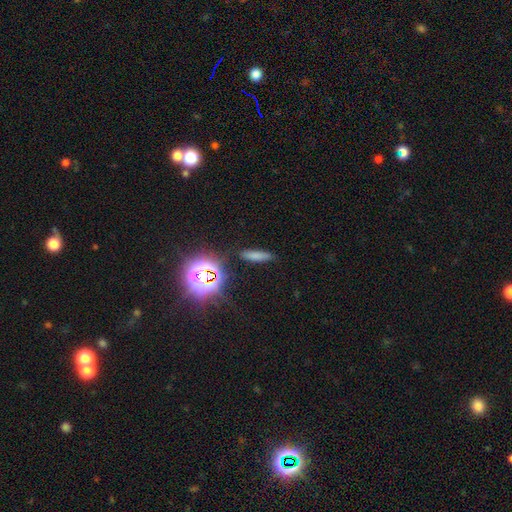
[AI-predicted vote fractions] Smooth or featured: smooth — 70% (star or artifact — 20%)
How rounded: cigar-shaped — 71% (in between — 24%)
Merging: none — 85% (minor disturbance — 10%)